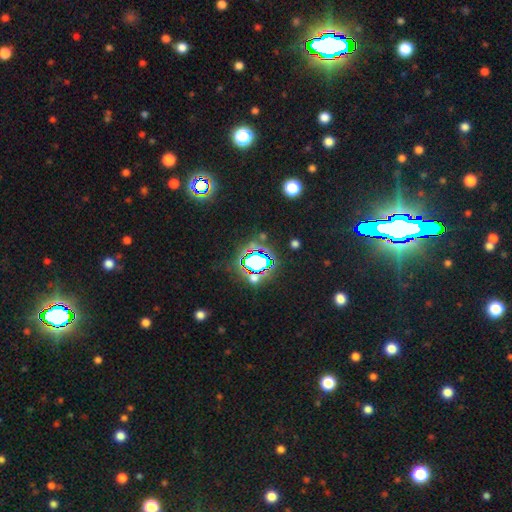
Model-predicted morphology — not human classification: star or artifact 69%, smooth 20%, featured or disk 11%.